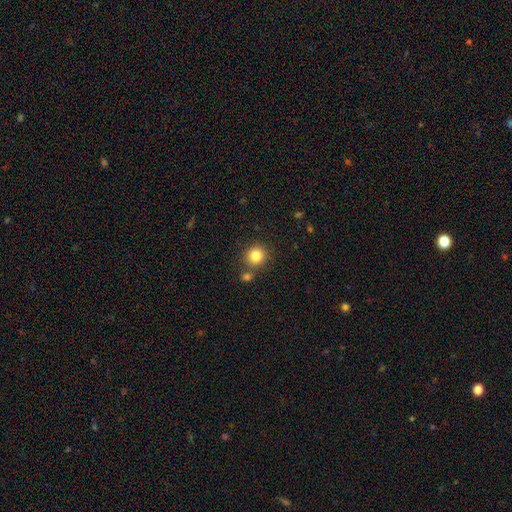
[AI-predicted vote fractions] Morphology: type=smooth (84%); roundness=round (87%); merging=none (75%).